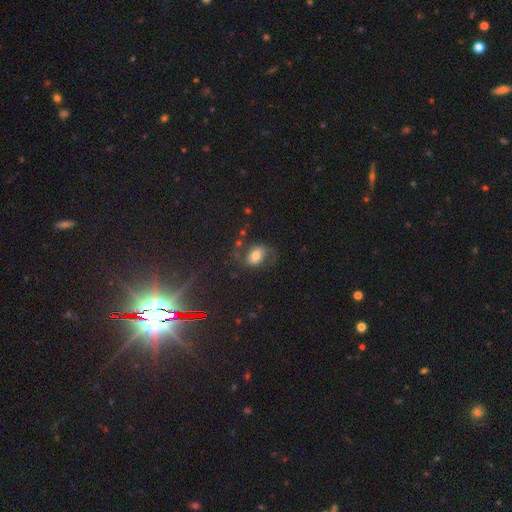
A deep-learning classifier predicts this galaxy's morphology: Q: Smooth or featured?
A: smooth (44%); runner-up: featured or disk (43%)
Q: Merging?
A: none (58%); runner-up: minor disturbance (20%)